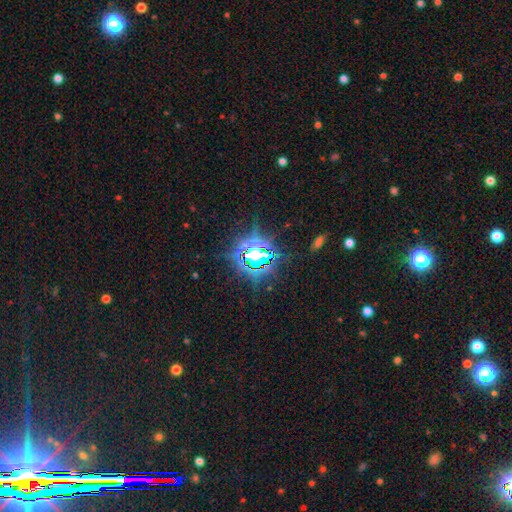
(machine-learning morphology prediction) Q: Smooth or featured?
A: star or artifact (76%); runner-up: smooth (14%)